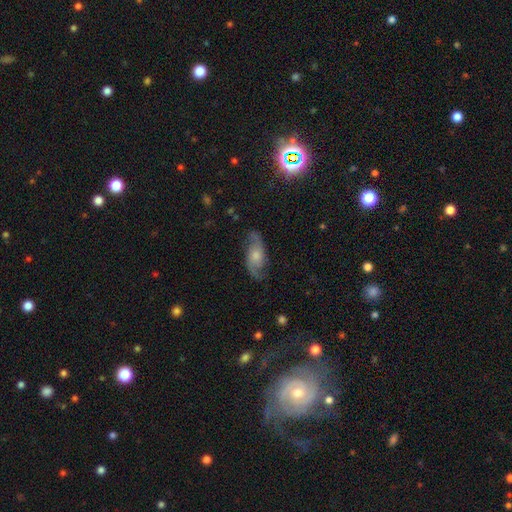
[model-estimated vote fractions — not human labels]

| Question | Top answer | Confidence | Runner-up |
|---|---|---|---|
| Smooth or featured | featured or disk | 75% | smooth (19%) |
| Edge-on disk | no | 93% | yes (7%) |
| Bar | no | 68% | weak (27%) |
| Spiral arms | yes | 94% | no (6%) |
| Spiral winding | loose | 53% | medium (35%) |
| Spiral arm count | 2 | 90% | can't tell (4%) |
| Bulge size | moderate | 46% | small (36%) |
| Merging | none | 75% | minor disturbance (16%) |